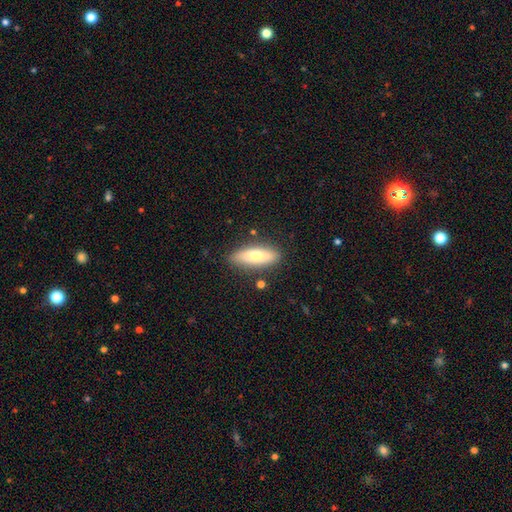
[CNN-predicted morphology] This appears to be a smooth galaxy with no disk features (68%) that is in between round and cigar-shaped (60%). Merging: none (84%).